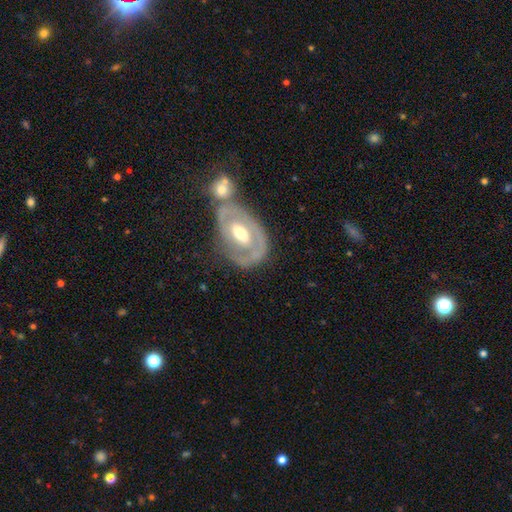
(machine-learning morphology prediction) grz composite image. It shows a featured or disk galaxy (80%) with no bar (40%), 2 (55%) tight (62%) spiral arms (76%) and a moderate central bulge (74%). Merging: none (41%).